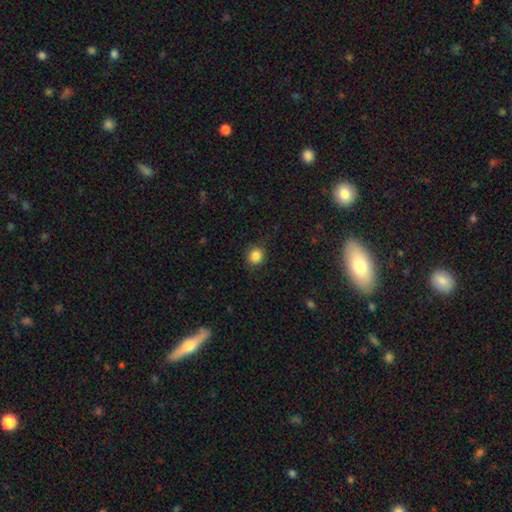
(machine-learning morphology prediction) A smooth galaxy with no disk features (86%) that is round (78%).

Vote fractions:
- Smooth or featured? smooth: 86% / star or artifact: 10% / featured or disk: 4%
- How rounded? round: 78% / in between: 21% / cigar-shaped: 1%
- Merging? none: 88% / minor disturbance: 9% / major disturbance: 3% / merger: 1%